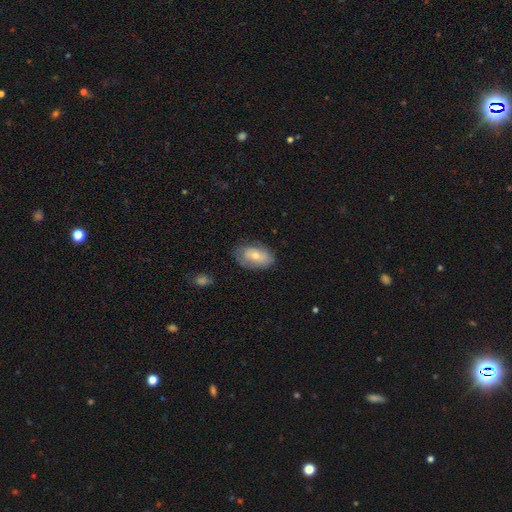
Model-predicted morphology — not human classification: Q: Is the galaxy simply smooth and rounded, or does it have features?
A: smooth — 63%.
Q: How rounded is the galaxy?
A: in between — 89%.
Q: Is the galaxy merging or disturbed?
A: none — 65%.